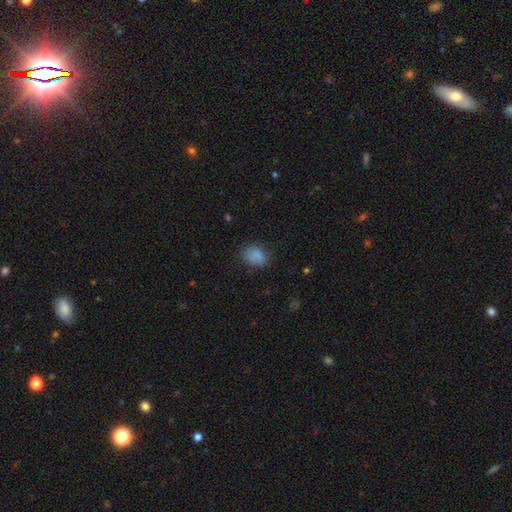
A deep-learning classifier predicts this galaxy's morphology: Smooth or featured?
  - smooth: 84% *
  - star or artifact: 11%
  - featured or disk: 5%
How rounded?
  - in between: 64% *
  - round: 35%
  - cigar-shaped: 1%
Merging?
  - none: 75% *
  - minor disturbance: 18%
  - major disturbance: 5%
  - merger: 1%